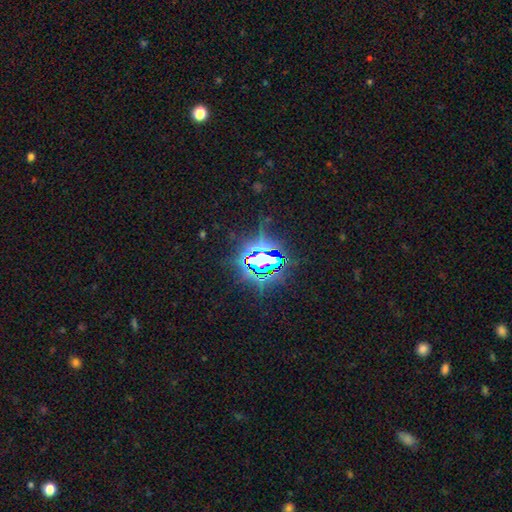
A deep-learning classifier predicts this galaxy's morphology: Q: Smooth or featured?
A: star or artifact (83%); runner-up: featured or disk (9%)